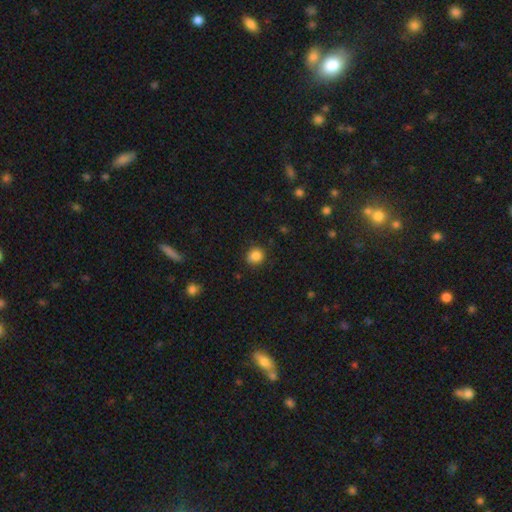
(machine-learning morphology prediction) Smooth or featured? smooth (85%)
How rounded? round (82%)
Merging? none (83%)